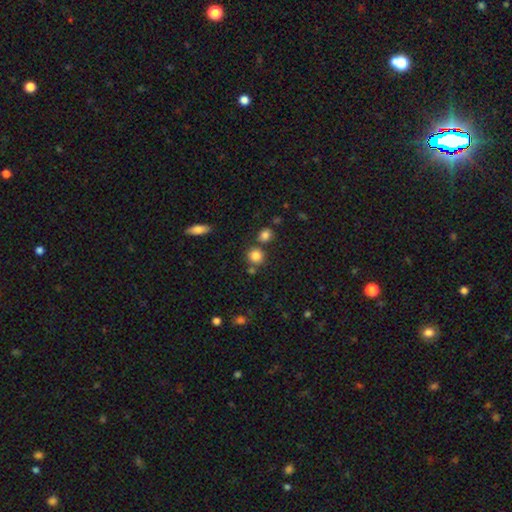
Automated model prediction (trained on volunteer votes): Smooth or featured? Predicted: smooth (p=0.84). How rounded? Predicted: round (p=0.87). Merging? Predicted: none (p=0.72).